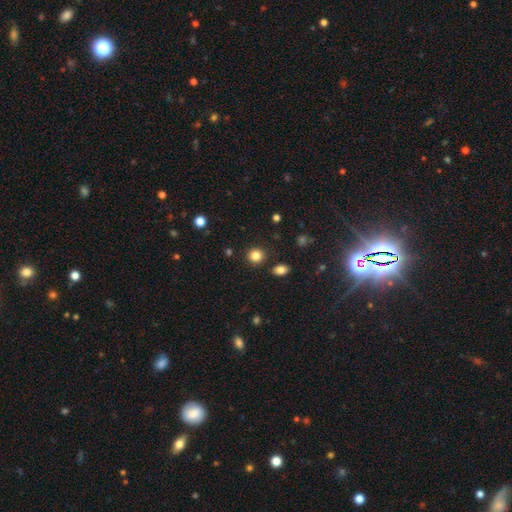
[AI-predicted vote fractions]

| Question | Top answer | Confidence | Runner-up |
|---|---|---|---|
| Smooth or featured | smooth | 84% | star or artifact (11%) |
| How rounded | round | 88% | in between (11%) |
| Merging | none | 88% | minor disturbance (6%) |